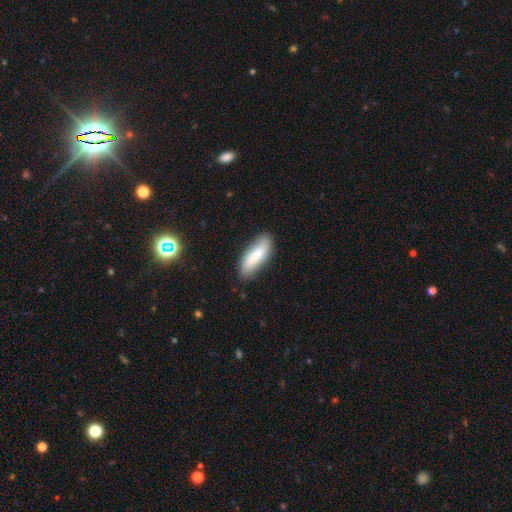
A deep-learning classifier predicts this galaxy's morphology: A smooth galaxy with no disk features (76%) that is in between round and cigar-shaped (63%). Merging: none (82%).